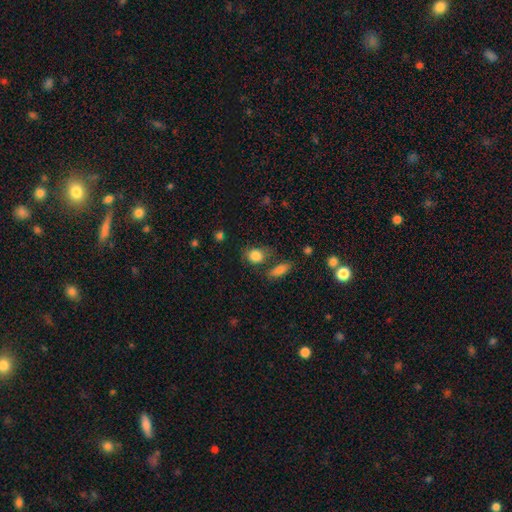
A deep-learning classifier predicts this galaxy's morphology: This appears to be a smooth galaxy with no disk features (84%) that is round (52%). Merging: none (64%).